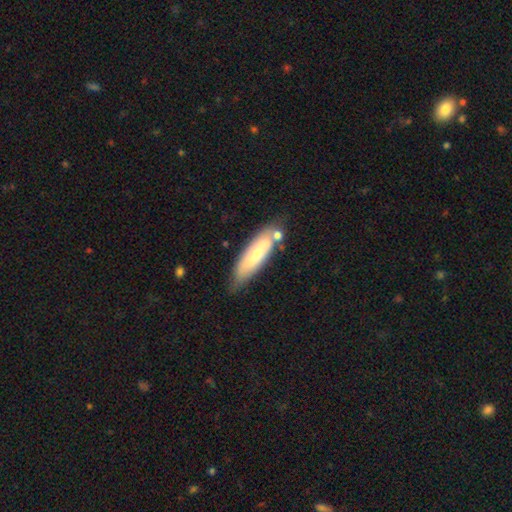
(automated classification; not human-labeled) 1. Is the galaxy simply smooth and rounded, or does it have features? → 59% smooth, 35% featured or disk, 6% star or artifact.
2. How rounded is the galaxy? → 59% cigar-shaped, 39% in between, 2% round.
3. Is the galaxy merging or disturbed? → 63% none, 20% minor disturbance, 12% merger, 5% major disturbance.